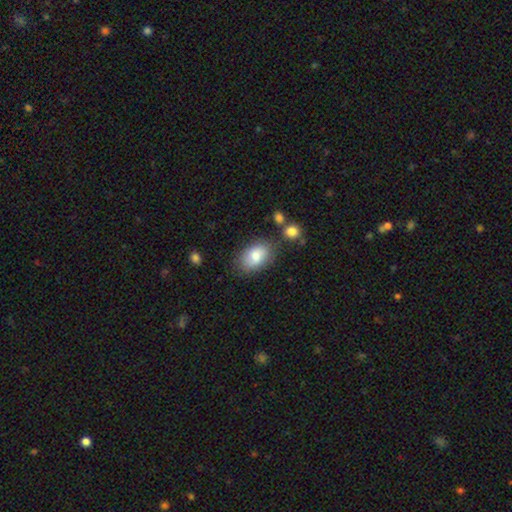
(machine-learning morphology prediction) Smooth or featured?
  - smooth: 81% *
  - featured or disk: 12%
  - star or artifact: 7%
How rounded?
  - in between: 88% *
  - round: 10%
  - cigar-shaped: 1%
Merging?
  - none: 71% *
  - minor disturbance: 17%
  - merger: 6%
  - major disturbance: 5%